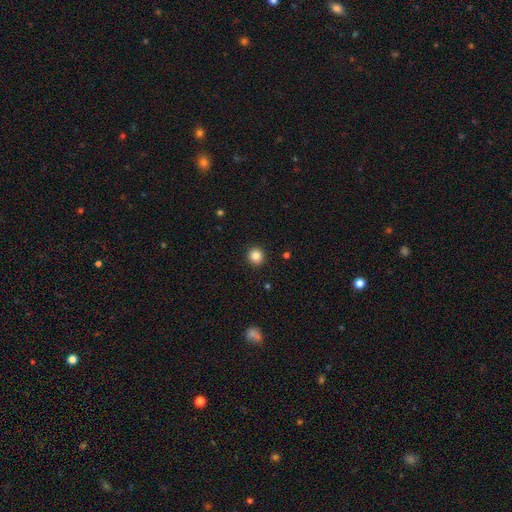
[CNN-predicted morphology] Q: Smooth or featured?
A: smooth (85%); runner-up: star or artifact (10%)
Q: How rounded?
A: round (93%); runner-up: in between (6%)
Q: Merging?
A: none (92%); runner-up: minor disturbance (5%)